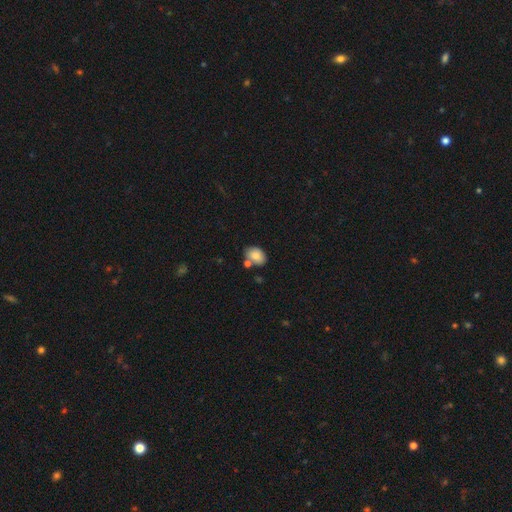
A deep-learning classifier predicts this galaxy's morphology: type=smooth (83%); roundness=in between (80%); merging=none (64%).